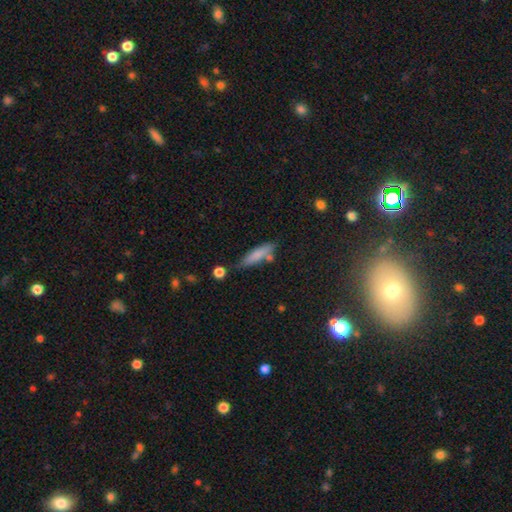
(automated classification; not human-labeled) This appears to be a smooth galaxy with no disk features (72%) that is cigar-shaped (74%). Merging: none (67%).